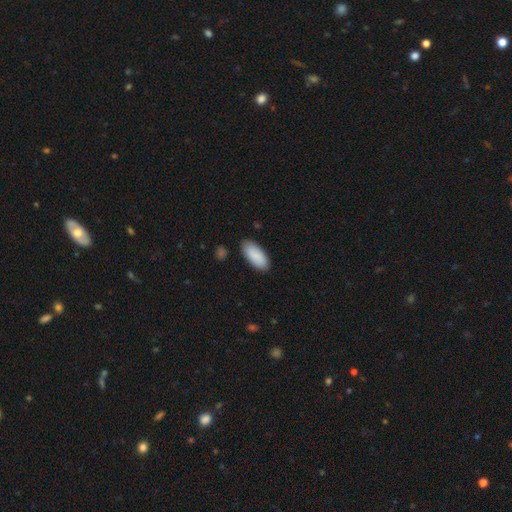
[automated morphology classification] Overall: smooth (88%). How rounded: in between (89%). Merging: none (84%).